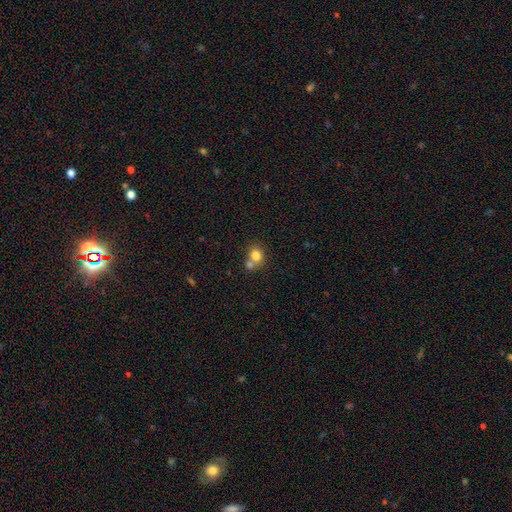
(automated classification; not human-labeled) Smooth or featured: smooth — 79% (star or artifact — 11%)
How rounded: round — 64% (in between — 35%)
Merging: none — 45% (merger — 44%)